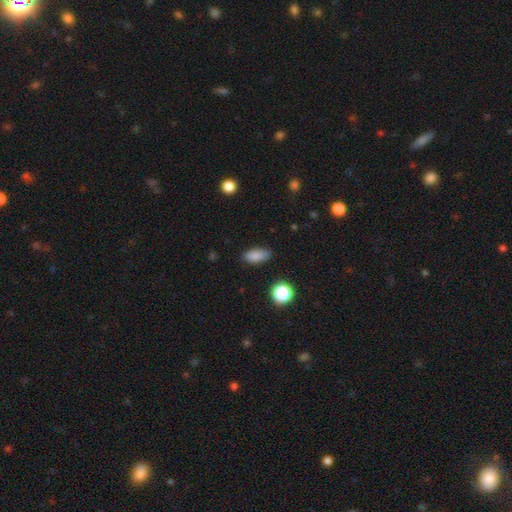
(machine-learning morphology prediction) Q: Smooth or featured?
A: smooth (84%); runner-up: star or artifact (11%)
Q: How rounded?
A: in between (86%); runner-up: cigar-shaped (8%)
Q: Merging?
A: none (80%); runner-up: minor disturbance (15%)